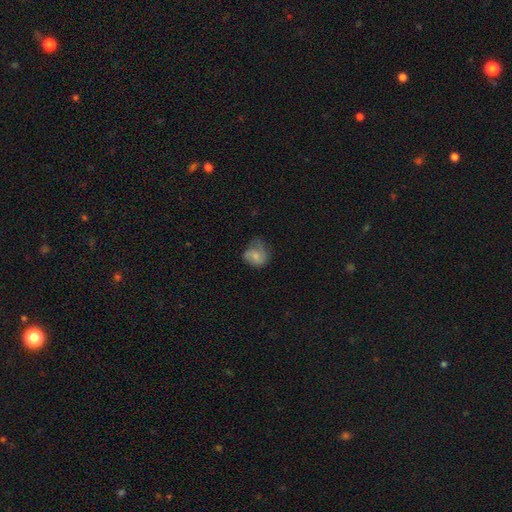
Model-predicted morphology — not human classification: Smooth or featured?
  - smooth: 71% *
  - featured or disk: 20%
  - star or artifact: 9%
How rounded?
  - round: 58% *
  - in between: 41%
  - cigar-shaped: 1%
Merging?
  - none: 41% *
  - minor disturbance: 35%
  - major disturbance: 22%
  - merger: 2%